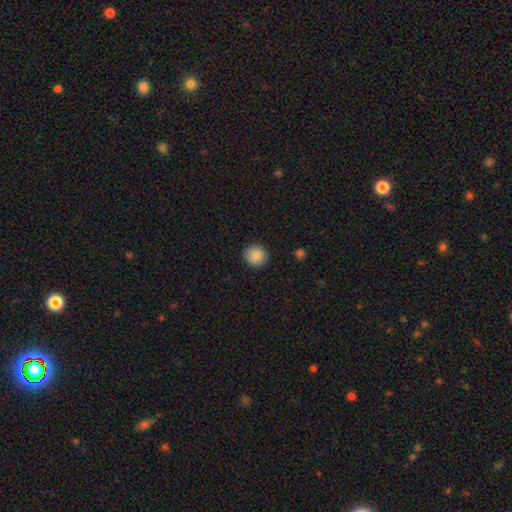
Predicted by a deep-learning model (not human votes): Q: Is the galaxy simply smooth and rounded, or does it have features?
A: smooth — 88%.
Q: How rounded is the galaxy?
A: round — 92%.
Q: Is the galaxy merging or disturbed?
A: none — 92%.